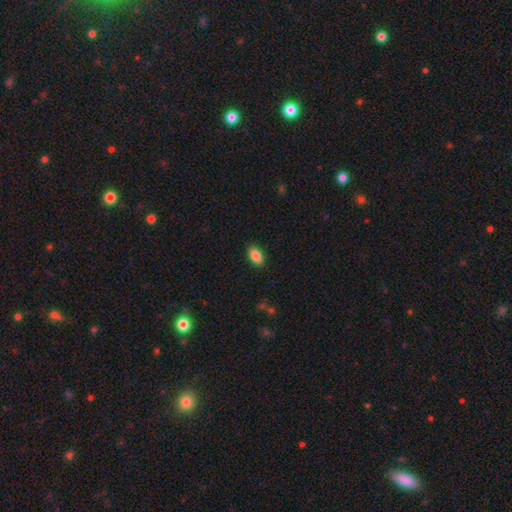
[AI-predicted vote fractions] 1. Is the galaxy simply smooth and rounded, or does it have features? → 88% smooth, 8% star or artifact, 4% featured or disk.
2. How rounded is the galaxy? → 92% in between, 5% round, 3% cigar-shaped.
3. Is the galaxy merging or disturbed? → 89% none, 8% minor disturbance, 2% major disturbance, 1% merger.